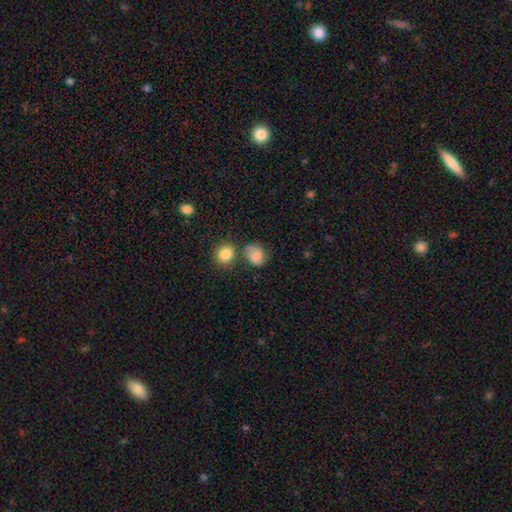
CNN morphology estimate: smooth-or-featured: smooth: 79% | featured or disk: 11% | star or artifact: 10%
  how-rounded: round: 59% | in between: 40% | cigar-shaped: 1%
  merging: none: 50% | minor disturbance: 24% | merger: 16% | major disturbance: 10%